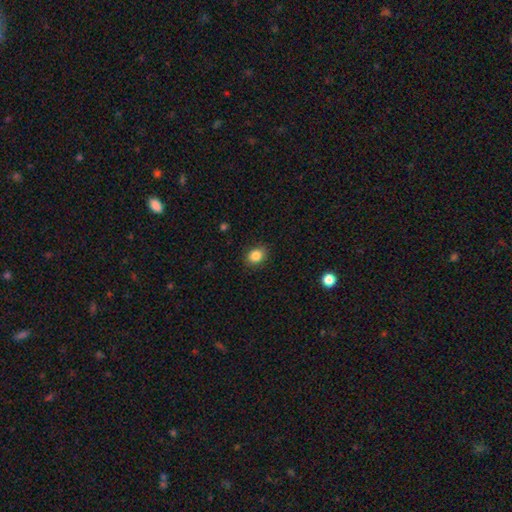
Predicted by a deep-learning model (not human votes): This is clearly a smooth galaxy (86%). How rounded: possibly in between (53%). Merging: clearly none (87%).